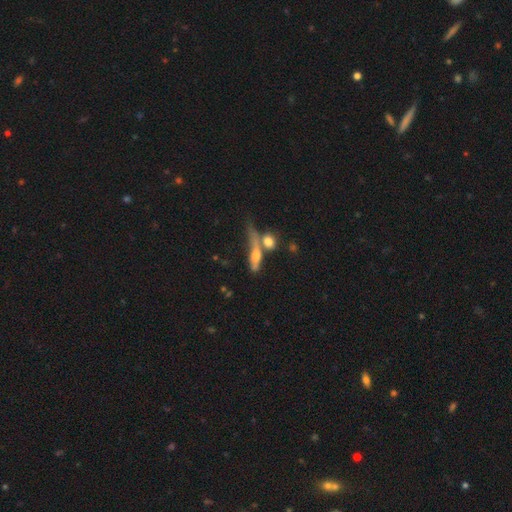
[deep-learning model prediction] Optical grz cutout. It shows a smooth galaxy with no disk features (53%) that is cigar-shaped (55%). Merging: merger (36%).